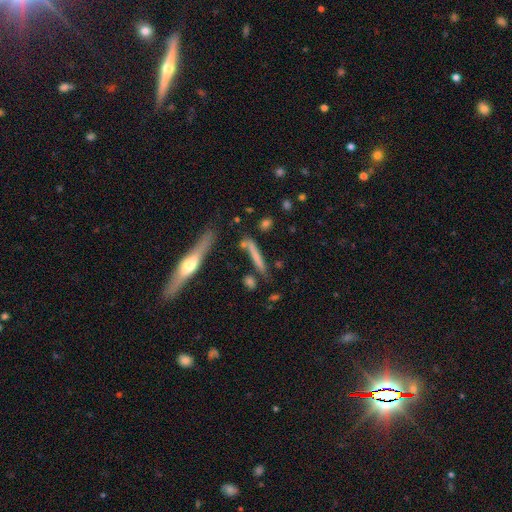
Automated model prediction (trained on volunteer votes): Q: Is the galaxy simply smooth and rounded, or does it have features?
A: smooth — 53%.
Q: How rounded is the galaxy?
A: cigar-shaped — 90%.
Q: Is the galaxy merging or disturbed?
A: none — 68%.